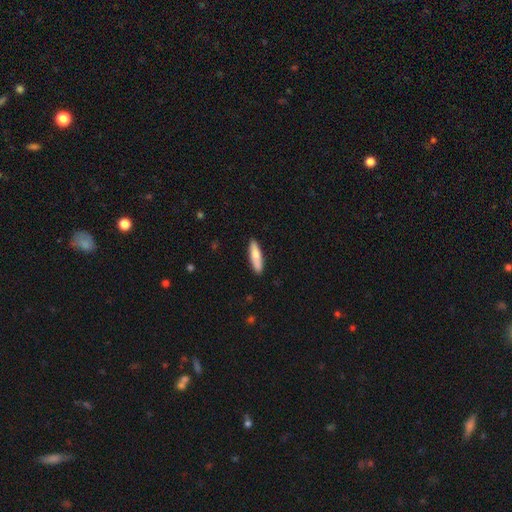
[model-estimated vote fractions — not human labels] This is likely a smooth galaxy (79%). How rounded: likely cigar-shaped (76%). Merging: clearly none (89%).